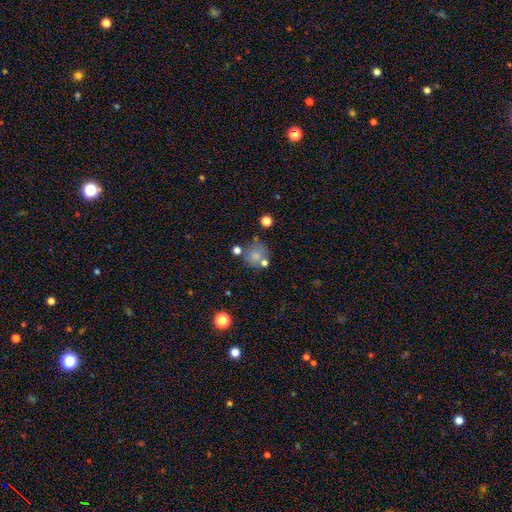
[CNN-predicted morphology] This is likely a smooth galaxy (73%). How rounded: clearly round (85%). Merging: likely none (61%).